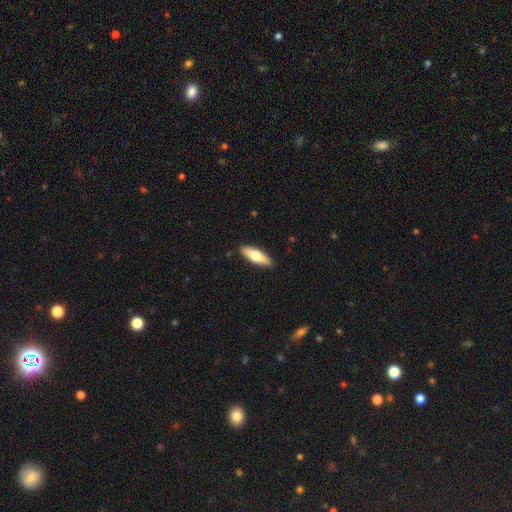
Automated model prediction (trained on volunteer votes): Smooth or featured? Predicted: smooth (p=0.67). How rounded? Predicted: in between (p=0.52). Merging? Predicted: none (p=0.90).